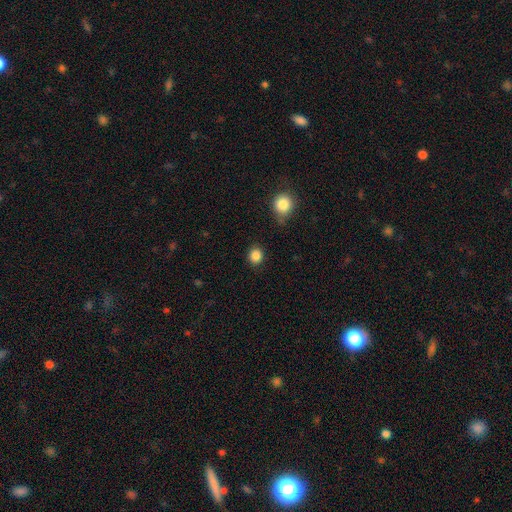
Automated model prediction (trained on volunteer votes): Smooth or featured? smooth (86%)
How rounded? round (80%)
Merging? none (87%)